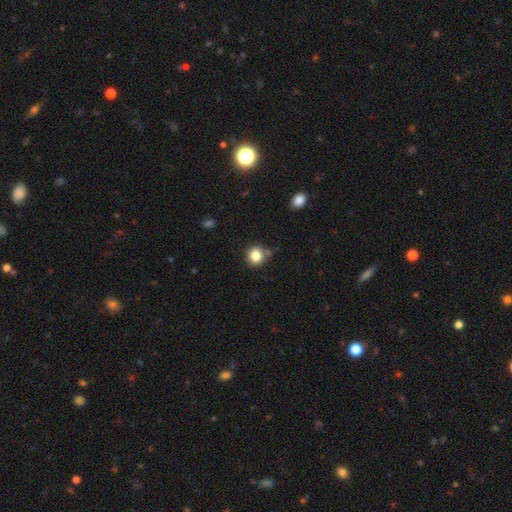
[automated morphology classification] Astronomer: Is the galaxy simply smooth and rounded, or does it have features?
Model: smooth — 84%.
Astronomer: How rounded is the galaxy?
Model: round — 83%.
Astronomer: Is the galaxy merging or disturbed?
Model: none — 76%.